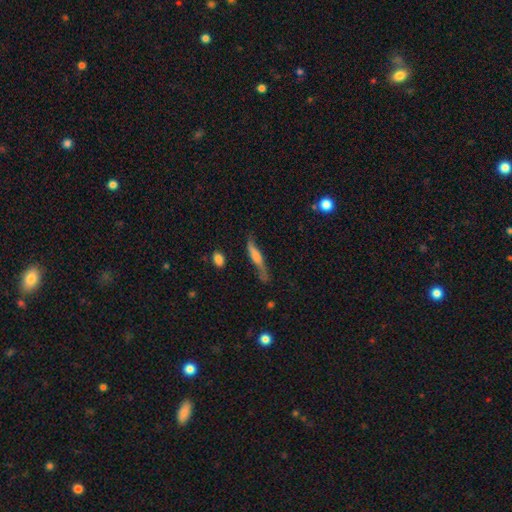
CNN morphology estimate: Smooth or featured?
  - featured or disk: 53% *
  - smooth: 40%
  - star or artifact: 8%
Edge-on disk?
  - yes: 74% *
  - no: 26%
Merging?
  - none: 59% *
  - minor disturbance: 27%
  - major disturbance: 11%
  - merger: 3%